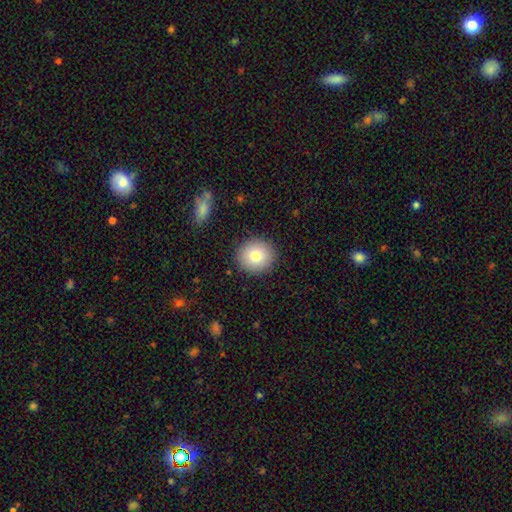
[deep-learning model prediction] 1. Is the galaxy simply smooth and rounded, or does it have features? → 78% smooth, 12% featured or disk, 10% star or artifact.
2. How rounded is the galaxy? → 91% round, 8% in between, 1% cigar-shaped.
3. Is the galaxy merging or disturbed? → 90% none, 7% minor disturbance, 2% major disturbance, 1% merger.